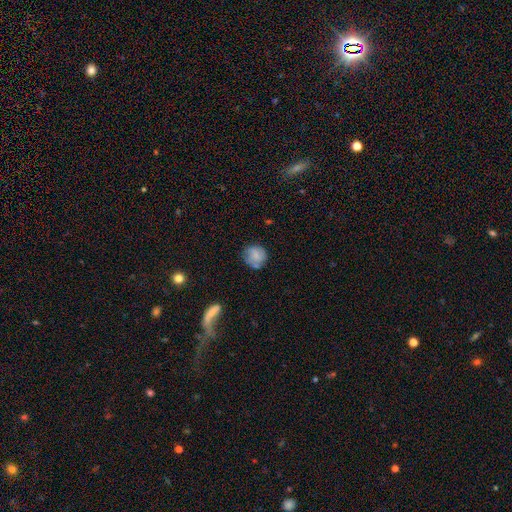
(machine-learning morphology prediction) This appears to be a smooth galaxy with no disk features (64%) that is round (83%). Merging: none (65%).